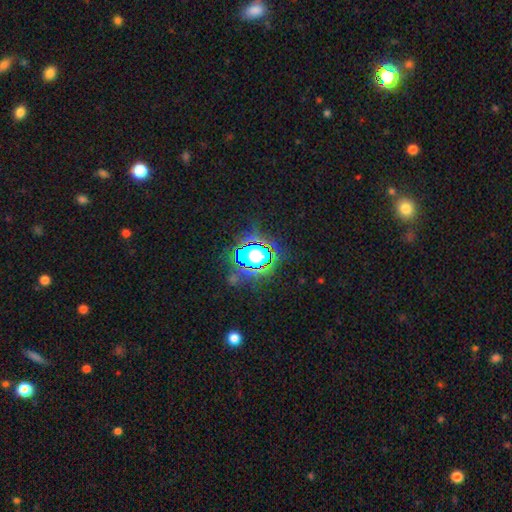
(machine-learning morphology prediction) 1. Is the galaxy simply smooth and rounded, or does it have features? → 81% star or artifact, 12% smooth, 7% featured or disk.